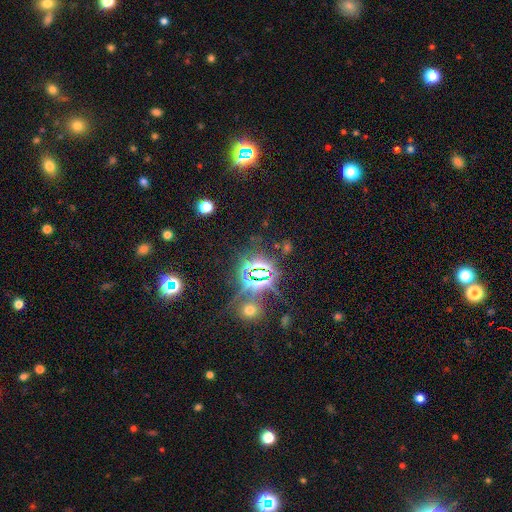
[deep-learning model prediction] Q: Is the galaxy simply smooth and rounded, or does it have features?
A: star or artifact — 81%.